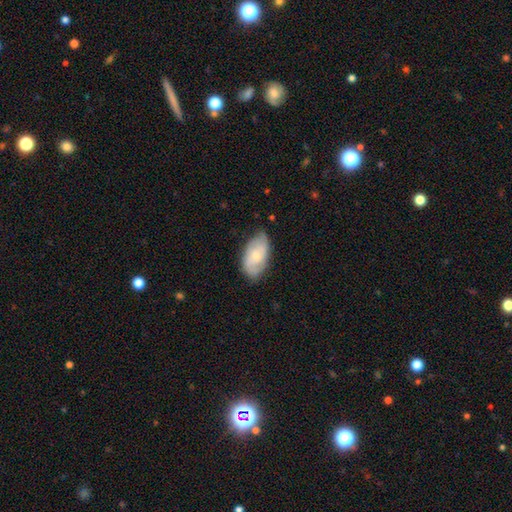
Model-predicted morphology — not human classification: Smooth or featured? smooth (51%)
How rounded? in between (93%)
Merging? none (71%)